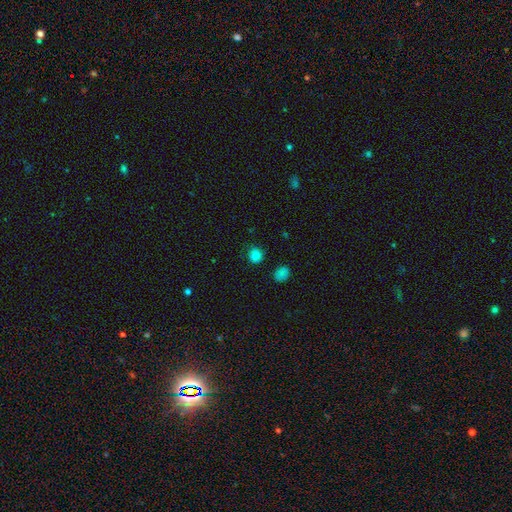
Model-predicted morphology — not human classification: A smooth galaxy with no disk features (81%) that is round (82%). Merging: none (79%).